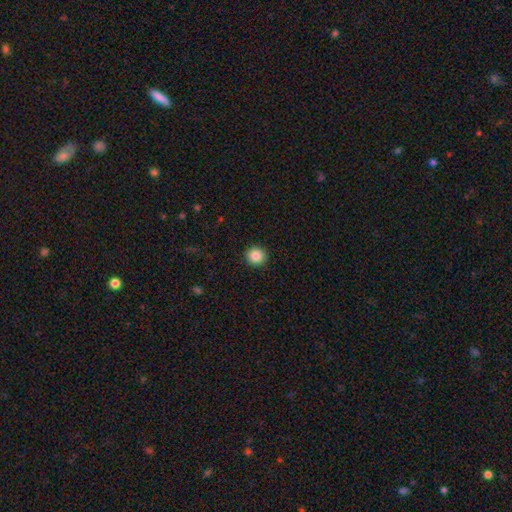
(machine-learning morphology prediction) This appears to be a smooth galaxy with no disk features (86%) that is round (93%). Merging: none (93%).